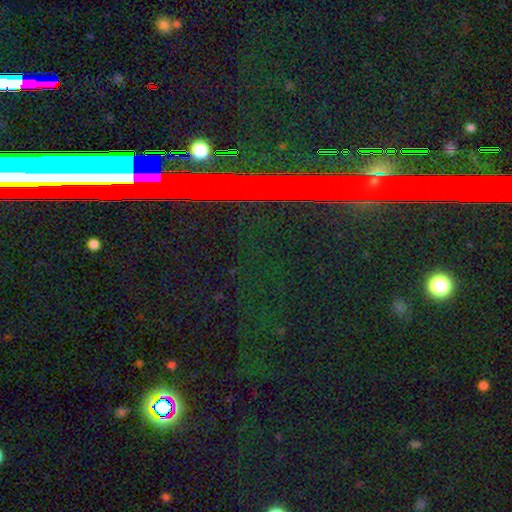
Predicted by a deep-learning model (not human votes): Q: Smooth or featured?
A: star or artifact (78%); runner-up: featured or disk (12%)